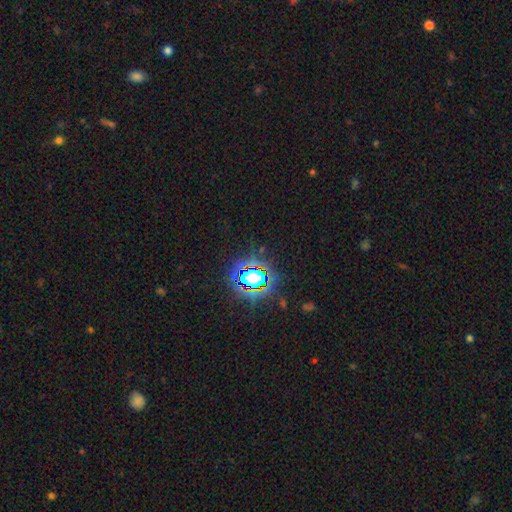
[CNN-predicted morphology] smooth-or-featured: star or artifact: 80% | smooth: 13% | featured or disk: 7%